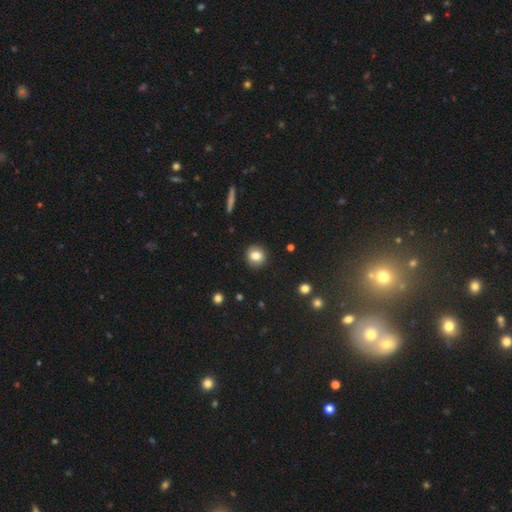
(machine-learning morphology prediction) Q: Smooth or featured?
A: smooth (80%); runner-up: featured or disk (10%)
Q: How rounded?
A: round (86%); runner-up: in between (13%)
Q: Merging?
A: none (90%); runner-up: minor disturbance (7%)